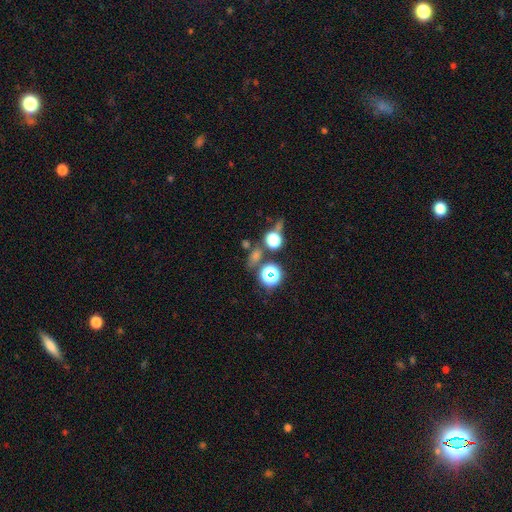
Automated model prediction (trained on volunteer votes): Q: Smooth or featured?
A: star or artifact (56%); runner-up: smooth (32%)